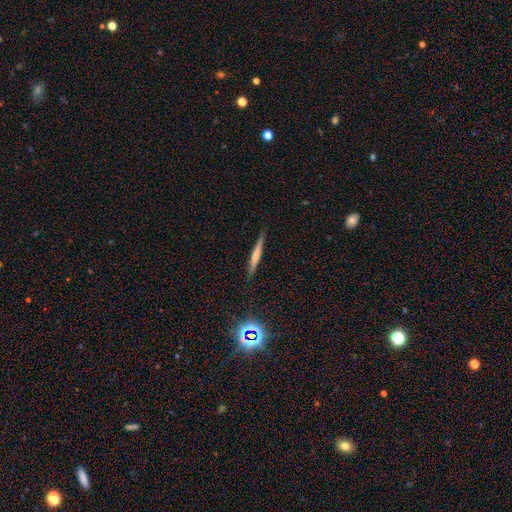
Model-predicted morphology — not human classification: featured or disk 50%, smooth 41%, star or artifact 9%. Down the decision tree: merging — none (88%).